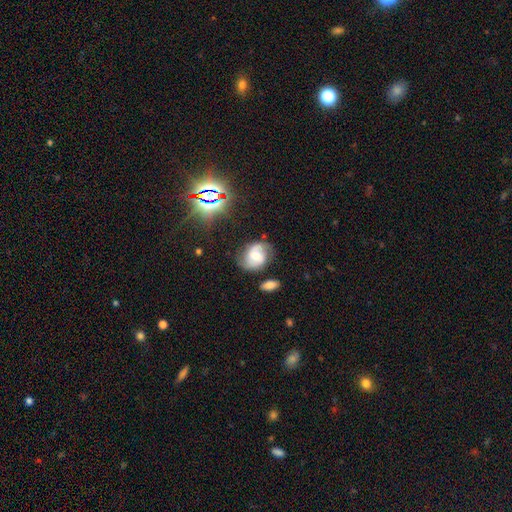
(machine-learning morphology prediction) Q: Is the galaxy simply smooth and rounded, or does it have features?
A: featured or disk — 60%.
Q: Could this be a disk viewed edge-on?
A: no — 97%.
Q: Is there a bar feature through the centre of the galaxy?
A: weak — 43%.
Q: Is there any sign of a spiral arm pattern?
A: yes — 89%.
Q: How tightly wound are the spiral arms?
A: medium — 45%.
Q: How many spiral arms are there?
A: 2 — 83%.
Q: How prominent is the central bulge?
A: moderate — 52%.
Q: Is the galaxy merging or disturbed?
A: none — 66%.